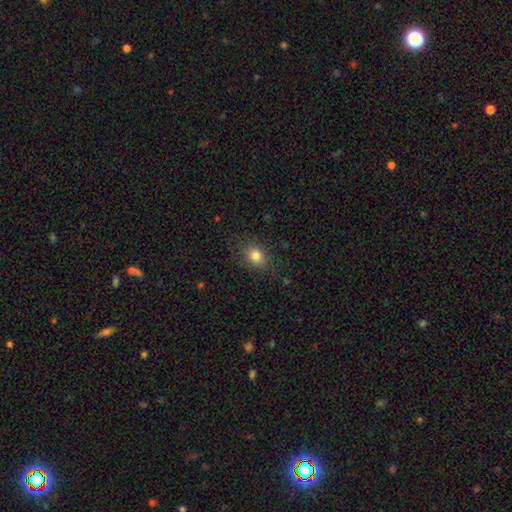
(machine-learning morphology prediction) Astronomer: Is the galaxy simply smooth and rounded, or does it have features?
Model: smooth — 82%.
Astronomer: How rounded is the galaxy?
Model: in between — 54% (runner-up: round, 45%).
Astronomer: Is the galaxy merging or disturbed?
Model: none — 82%.